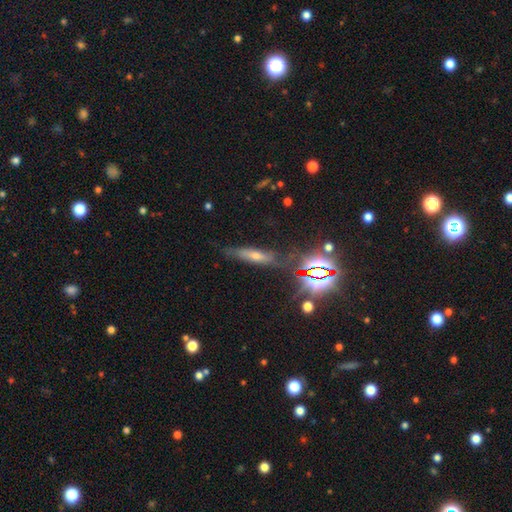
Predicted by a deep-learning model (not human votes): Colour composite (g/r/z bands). It shows a smooth galaxy with no disk features (36%). Merging: none (71%).